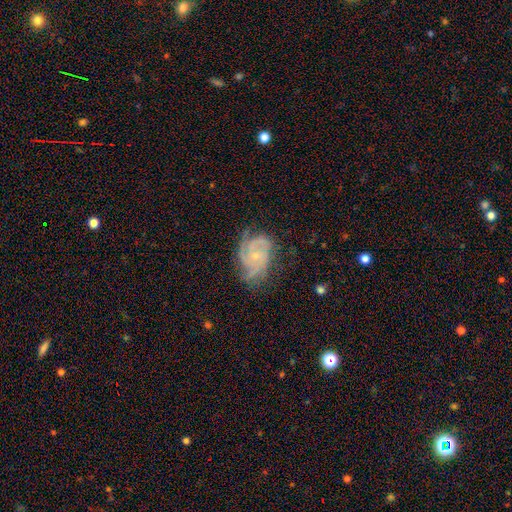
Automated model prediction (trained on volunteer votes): smooth-or-featured: featured or disk: 86% | smooth: 8% | star or artifact: 6%
  disk-edge-on: no: 98% | yes: 2%
    bar: no: 74% | weak: 22% | strong: 4%
    has-spiral-arms: yes: 97% | no: 3%
      spiral-winding: tight: 55% | medium: 38% | loose: 8%
      spiral-arm-count: 3: 52% | 2: 14% | 4: 14% | can't tell: 11% | 1: 5% | more than 4: 4%
    bulge-size: small: 71% | moderate: 25% | none: 2% | large: 1% | dominant: 1%
  merging: none: 65% | minor disturbance: 24% | major disturbance: 10% | merger: 1%